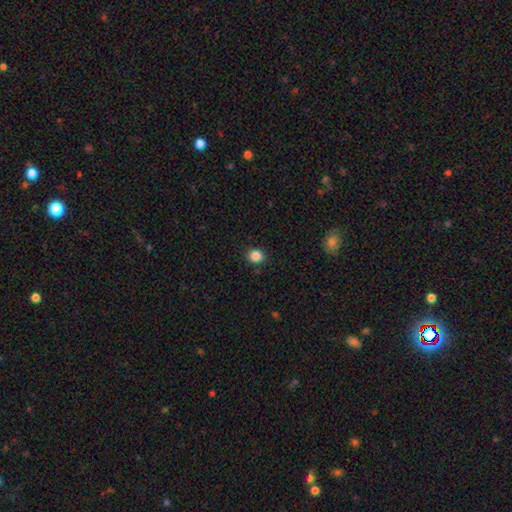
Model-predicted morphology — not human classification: Smooth or featured: smooth — 85% (star or artifact — 11%)
How rounded: round — 84% (in between — 15%)
Merging: none — 90% (minor disturbance — 7%)